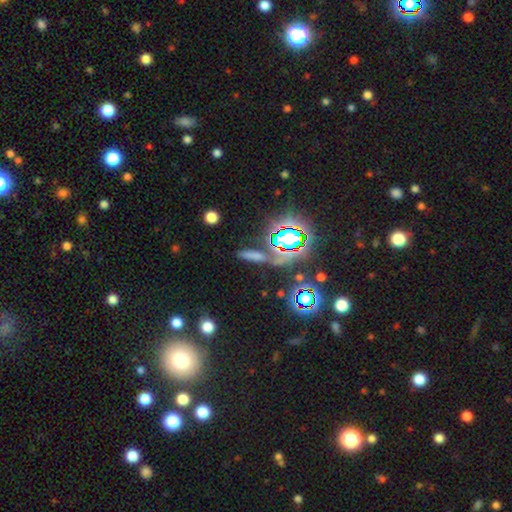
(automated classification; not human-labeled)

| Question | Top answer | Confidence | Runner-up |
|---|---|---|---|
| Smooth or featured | star or artifact | 44% | smooth (38%) |